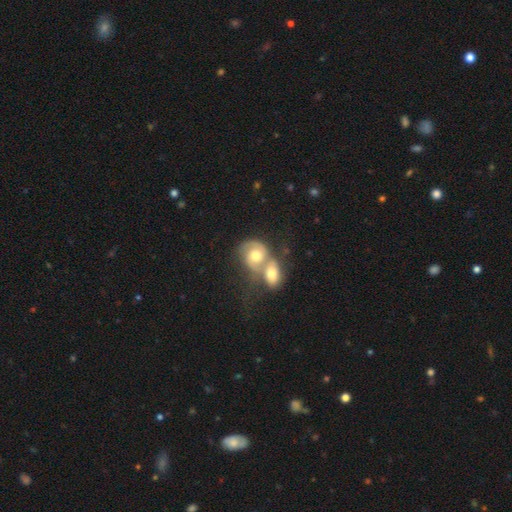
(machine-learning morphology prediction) Smooth or featured? featured or disk (61%)
Edge-on disk? no (97%)
Bar? no (71%)
Spiral arms? yes (83%)
Bulge size? moderate (71%)
Merging? merger (72%)